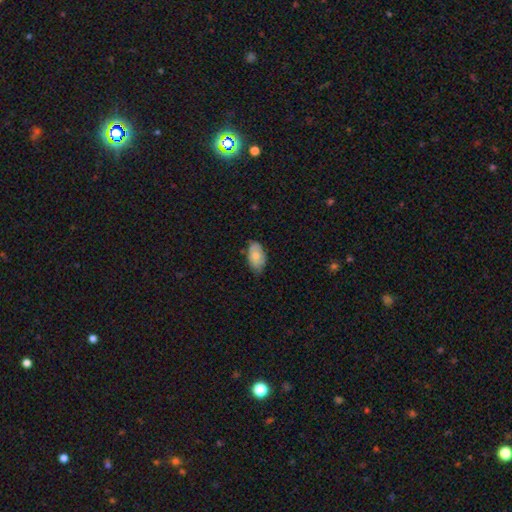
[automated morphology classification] Smooth or featured?
  - smooth: 71% *
  - featured or disk: 23%
  - star or artifact: 6%
How rounded?
  - in between: 93% *
  - round: 5%
  - cigar-shaped: 2%
Merging?
  - none: 67% *
  - minor disturbance: 28%
  - major disturbance: 4%
  - merger: 1%